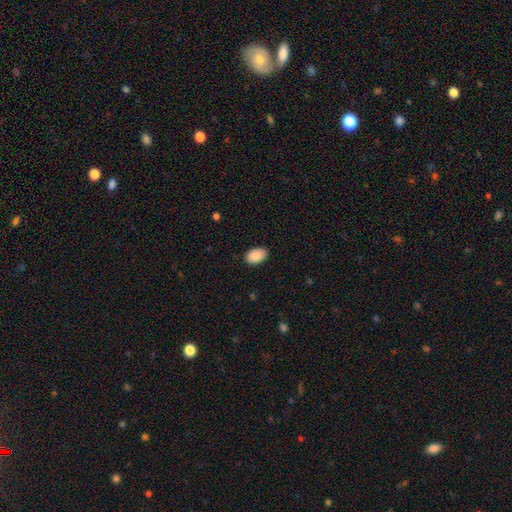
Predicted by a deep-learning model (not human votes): A smooth galaxy with no disk features (89%) that is in between round and cigar-shaped (91%). Merging: none (87%).